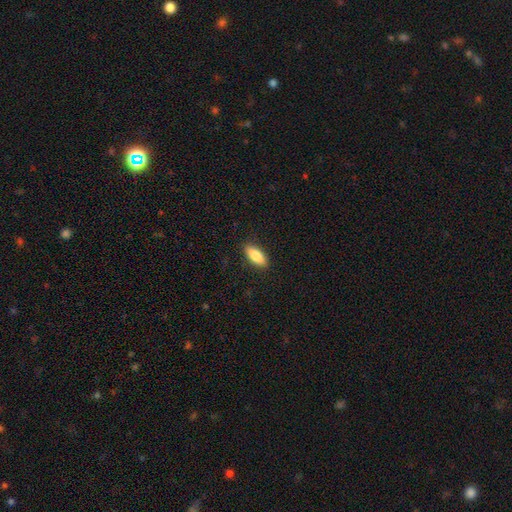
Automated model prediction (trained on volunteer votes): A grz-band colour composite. It shows a smooth galaxy with no disk features (82%) that is in between round and cigar-shaped (78%). Merging: none (89%).